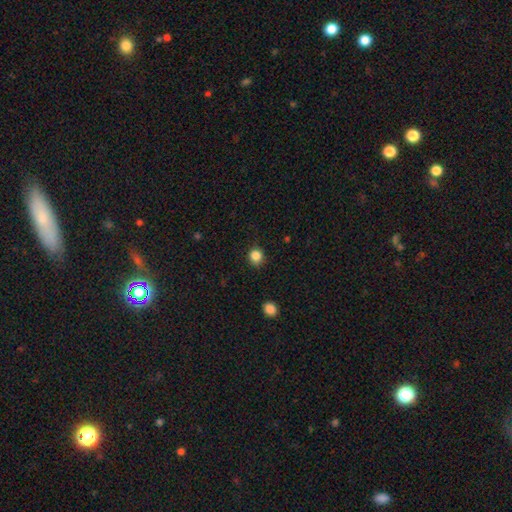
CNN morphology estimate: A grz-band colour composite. It shows a smooth galaxy with no disk features (85%) that is round (87%). Merging: none (85%).